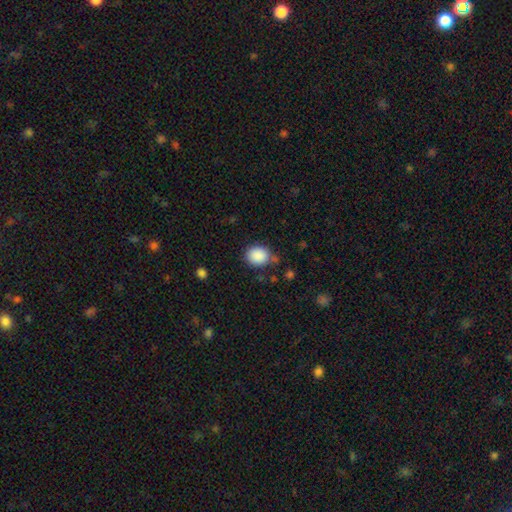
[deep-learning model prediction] This appears to be a smooth galaxy with no disk features (89%) that is round (65%). Merging: none (78%).